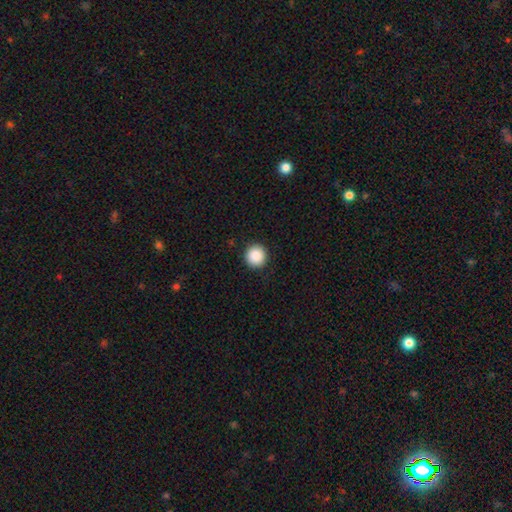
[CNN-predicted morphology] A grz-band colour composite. It shows a smooth galaxy with no disk features (88%) that is round (95%). Merging: none (92%).